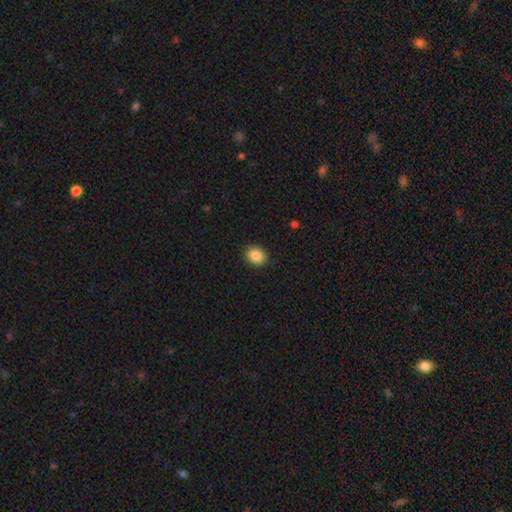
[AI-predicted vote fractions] This is clearly a smooth galaxy (87%). How rounded: likely round (67%). Merging: clearly none (90%).